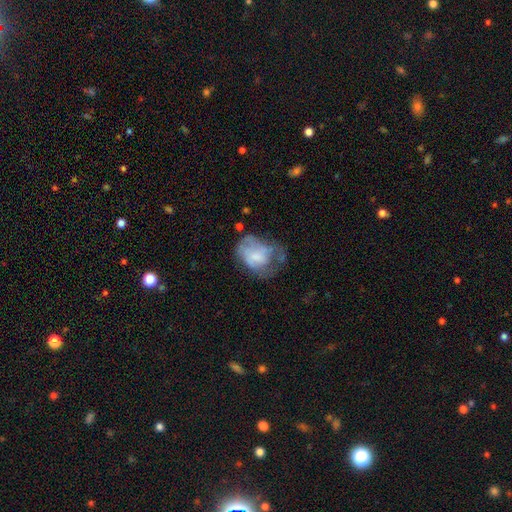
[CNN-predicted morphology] Q: Smooth or featured?
A: smooth (51%); runner-up: featured or disk (40%)
Q: How rounded?
A: in between (67%); runner-up: round (32%)
Q: Merging?
A: major disturbance (40%); runner-up: minor disturbance (29%)